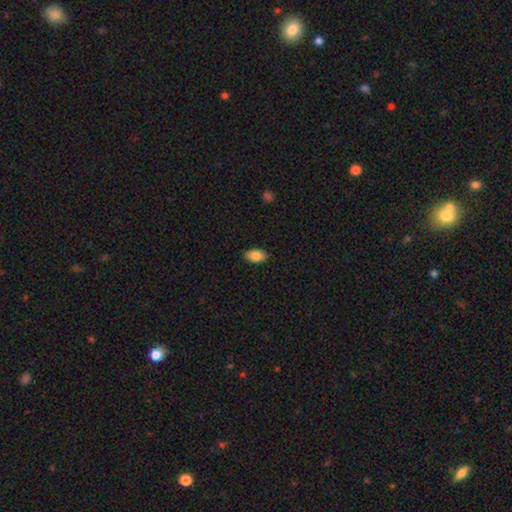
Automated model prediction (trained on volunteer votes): Smooth or featured? Predicted: smooth (p=0.85). How rounded? Predicted: in between (p=0.92). Merging? Predicted: none (p=0.89).